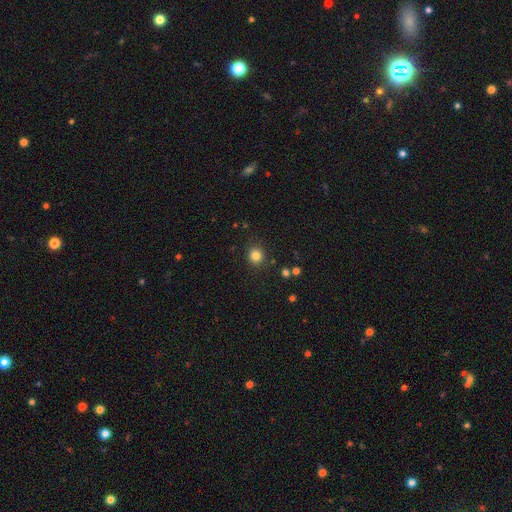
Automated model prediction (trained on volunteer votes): This is clearly a smooth galaxy (82%). How rounded: clearly round (88%). Merging: clearly none (89%).